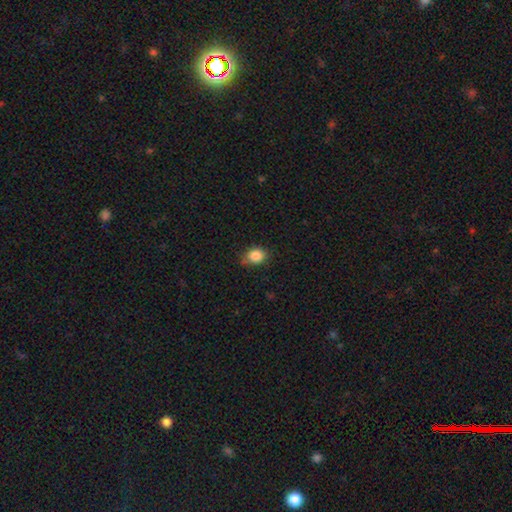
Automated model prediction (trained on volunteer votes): Smooth or featured?
  - smooth: 85% *
  - star or artifact: 10%
  - featured or disk: 5%
How rounded?
  - round: 53% *
  - in between: 46%
  - cigar-shaped: 1%
Merging?
  - none: 69% *
  - minor disturbance: 25%
  - major disturbance: 4%
  - merger: 2%